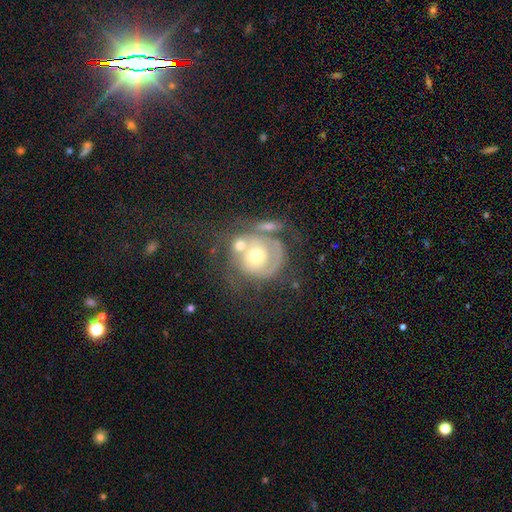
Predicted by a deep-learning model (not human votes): This appears to be a featured or disk galaxy (62%) with no bar (85%), spiral arms (55%) and a moderate central bulge (62%). Merging: merger (33%, tied with none).